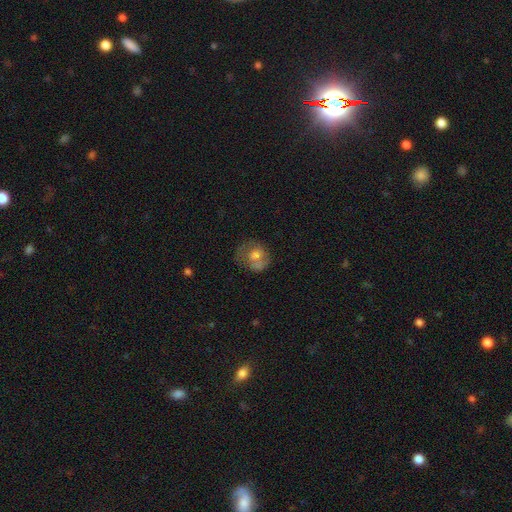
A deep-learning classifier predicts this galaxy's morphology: Q: Smooth or featured?
A: smooth (50%); runner-up: featured or disk (41%)
Q: Merging?
A: none (44%); runner-up: minor disturbance (22%)